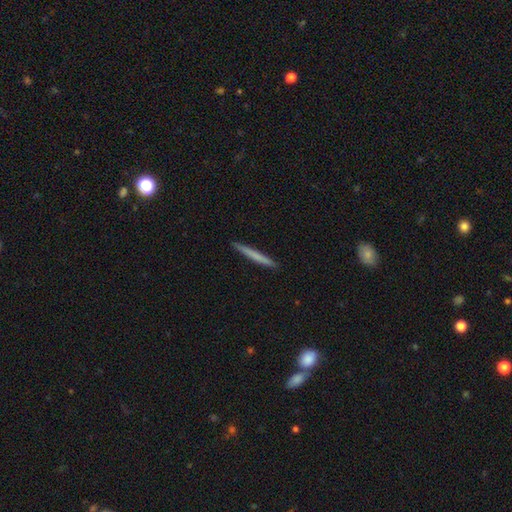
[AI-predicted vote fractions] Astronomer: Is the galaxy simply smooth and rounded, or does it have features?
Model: smooth — 67%.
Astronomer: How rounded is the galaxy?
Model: cigar-shaped — 97%.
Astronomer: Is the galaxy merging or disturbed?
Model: none — 92%.